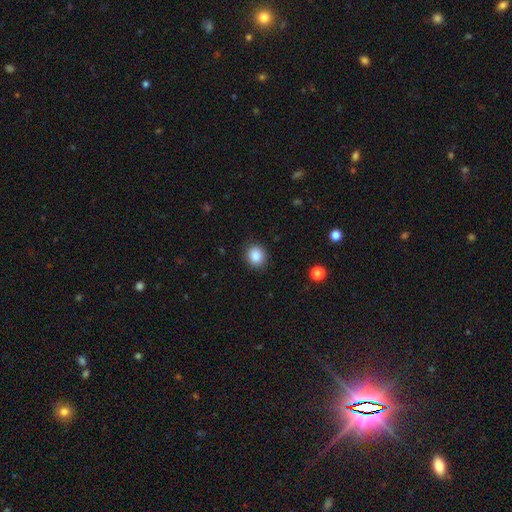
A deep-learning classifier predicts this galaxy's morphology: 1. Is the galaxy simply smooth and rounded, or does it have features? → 87% smooth, 9% star or artifact, 4% featured or disk.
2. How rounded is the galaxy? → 76% round, 23% in between, 1% cigar-shaped.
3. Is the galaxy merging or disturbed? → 89% none, 8% minor disturbance, 2% major disturbance, 1% merger.